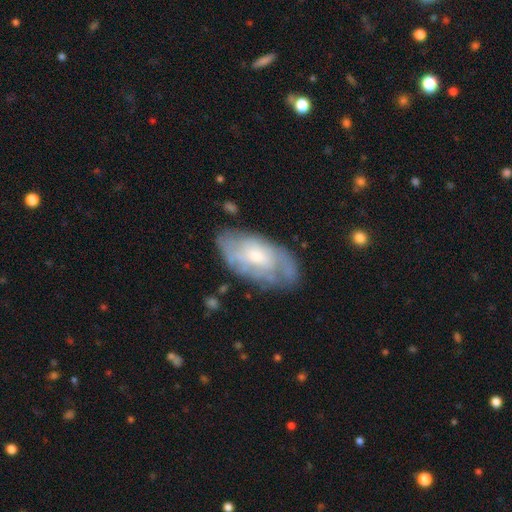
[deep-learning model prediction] Q: Smooth or featured?
A: featured or disk (61%); runner-up: smooth (33%)
Q: Edge-on disk?
A: no (92%); runner-up: yes (8%)
Q: Bar?
A: no (71%); runner-up: weak (25%)
Q: Spiral arms?
A: yes (66%); runner-up: no (34%)
Q: Bulge size?
A: moderate (45%); runner-up: small (44%)
Q: Merging?
A: none (70%); runner-up: minor disturbance (21%)